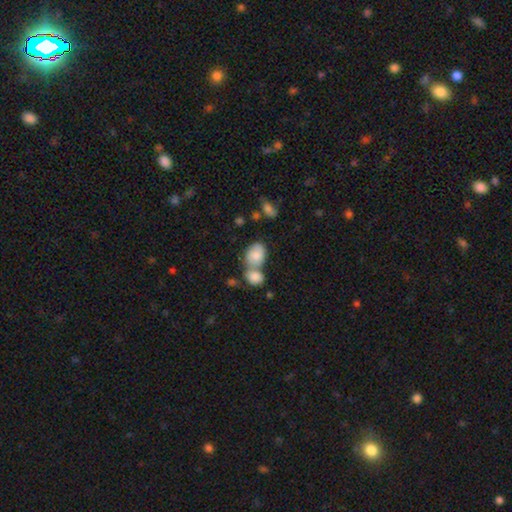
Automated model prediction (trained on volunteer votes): The model was most divided on "merging": merger: 59%, none: 25%, minor disturbance: 11%, major disturbance: 5%. More confident: smooth or featured — smooth (75%); how rounded — in between (71%).